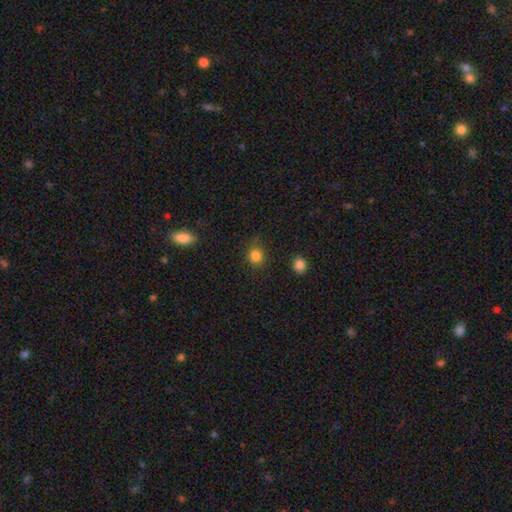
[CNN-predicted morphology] Q: Smooth or featured?
A: smooth (84%); runner-up: star or artifact (12%)
Q: How rounded?
A: round (86%); runner-up: in between (13%)
Q: Merging?
A: none (86%); runner-up: minor disturbance (9%)